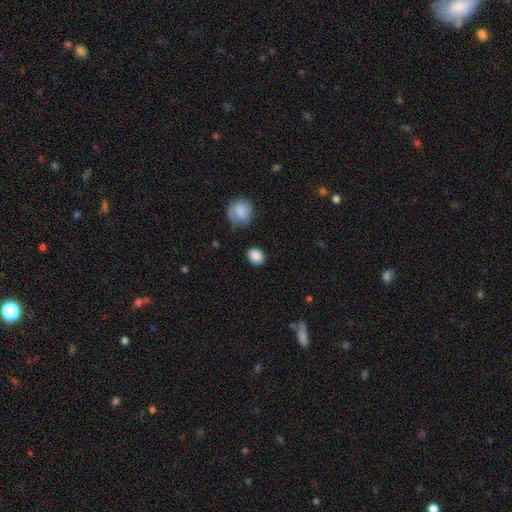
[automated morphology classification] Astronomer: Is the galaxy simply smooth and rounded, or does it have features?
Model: smooth — 87%.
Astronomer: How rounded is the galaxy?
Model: round — 62% (runner-up: in between, 37%).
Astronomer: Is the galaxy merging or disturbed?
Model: none — 83%.